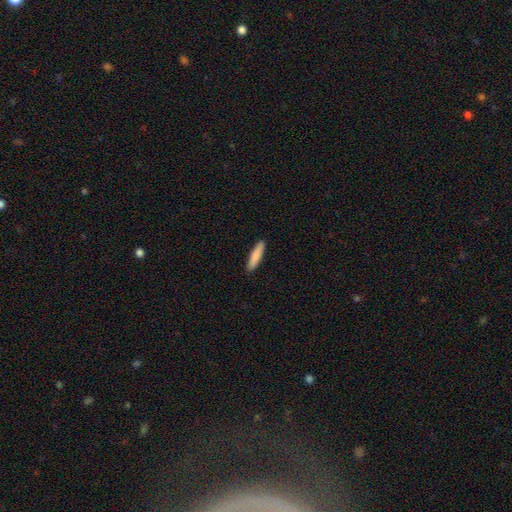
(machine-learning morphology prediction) smooth_or_featured: smooth (p=0.82) [alt: featured or disk p=0.13]
how_rounded: cigar-shaped (p=0.85) [alt: in between p=0.14]
merging: none (p=0.91) [alt: minor disturbance p=0.06]